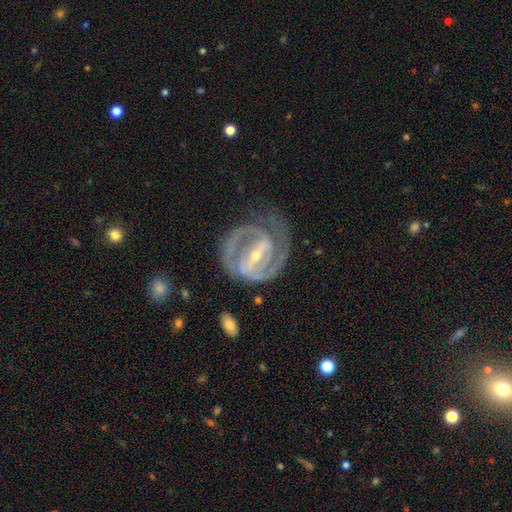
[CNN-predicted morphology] Smooth or featured? featured or disk (91%)
Edge-on disk? no (96%)
Bar? strong (73%)
Spiral arms? yes (95%)
Spiral winding? tight (58%)
Spiral arm count? 2 (79%)
Bulge size? small (66%)
Merging? none (67%)